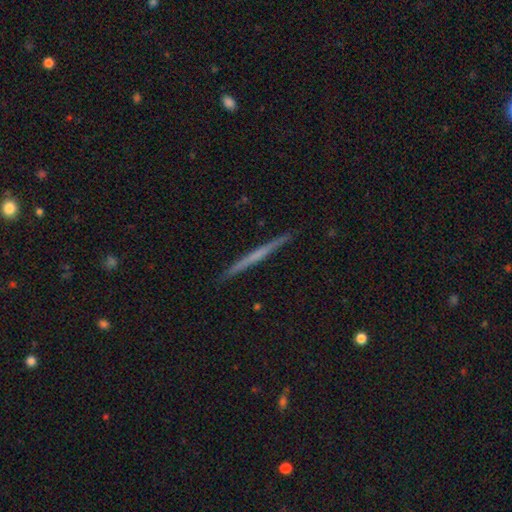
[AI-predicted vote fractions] Smooth or featured?
  - featured or disk: 57% *
  - smooth: 37%
  - star or artifact: 6%
Edge-on disk?
  - yes: 98% *
  - no: 2%
Edge-on bulge?
  - none: 83% *
  - rounded: 12%
  - boxy: 5%
Merging?
  - none: 93% *
  - minor disturbance: 5%
  - major disturbance: 1%
  - merger: 1%